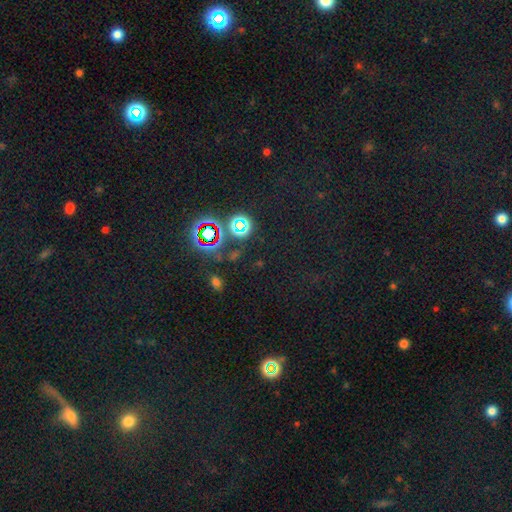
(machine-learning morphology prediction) star or artifact 69%, smooth 21%, featured or disk 10%.